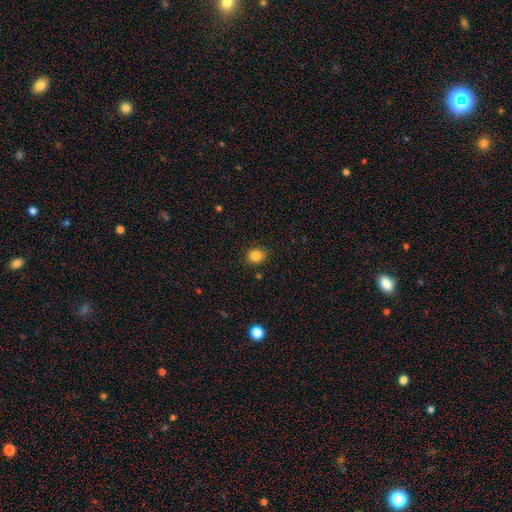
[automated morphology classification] smooth 84%, star or artifact 11%, featured or disk 4%. Down the decision tree: how rounded — round (77%); merging — none (88%).